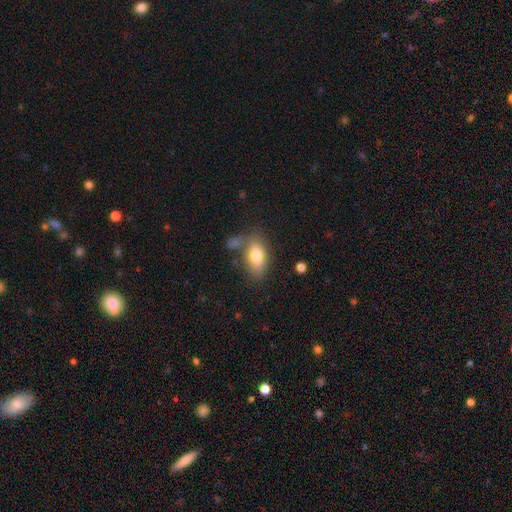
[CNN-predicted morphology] smooth_or_featured: smooth (p=0.77) [alt: featured or disk p=0.15]
how_rounded: in between (p=0.88) [alt: round p=0.06]
merging: none (p=0.62) [alt: minor disturbance p=0.19]